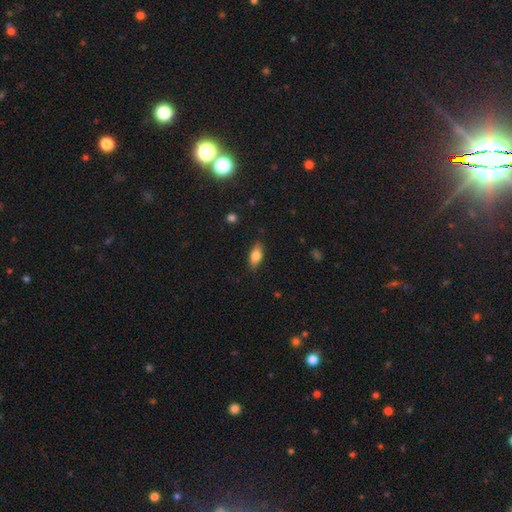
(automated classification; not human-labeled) smooth 77%, featured or disk 15%, star or artifact 7%. Down the decision tree: how rounded — in between (82%); merging — none (81%).